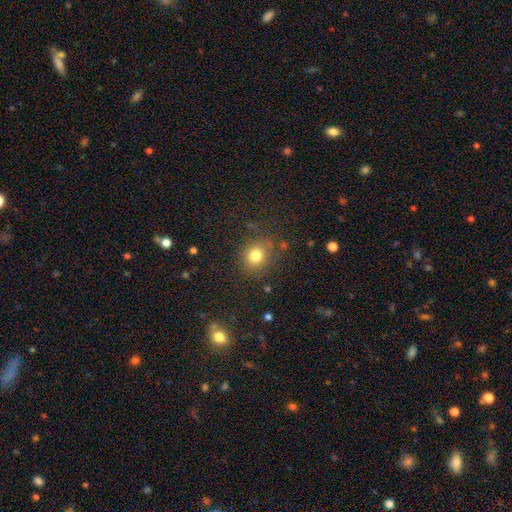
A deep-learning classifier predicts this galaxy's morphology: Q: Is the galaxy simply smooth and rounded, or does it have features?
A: smooth — 79%.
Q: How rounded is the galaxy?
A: round — 76%.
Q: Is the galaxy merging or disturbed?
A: none — 81%.